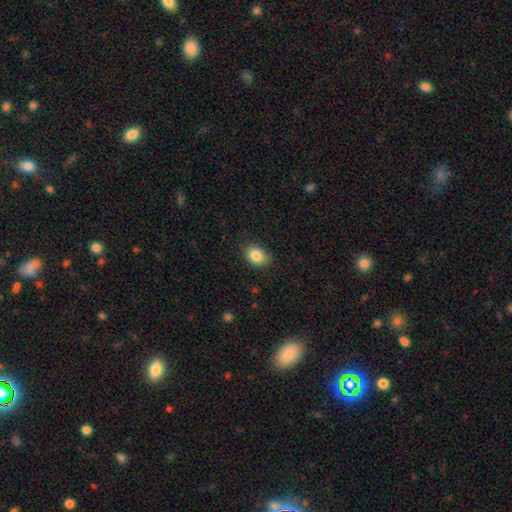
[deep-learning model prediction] smooth 85%, star or artifact 9%, featured or disk 6%. Down the decision tree: how rounded — in between (70%); merging — none (82%).